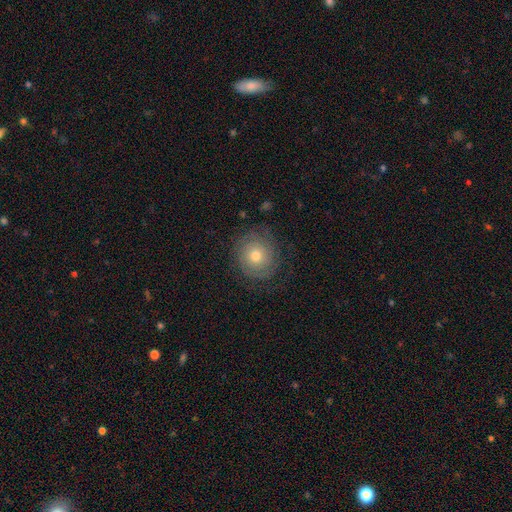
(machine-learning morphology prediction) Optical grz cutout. It shows a featured or disk galaxy (52%) with no bar (86%), spiral arms (78%) and a moderate central bulge (61%). Merging: none (78%).